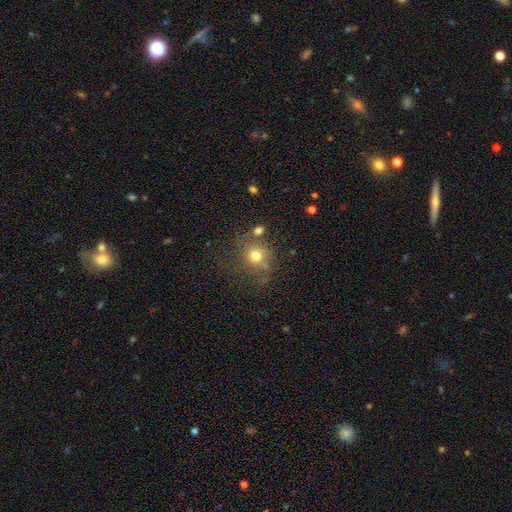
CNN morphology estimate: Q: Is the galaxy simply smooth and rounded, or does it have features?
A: smooth — 72%.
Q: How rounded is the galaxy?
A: round — 84%.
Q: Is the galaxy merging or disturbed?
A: none — 64%.